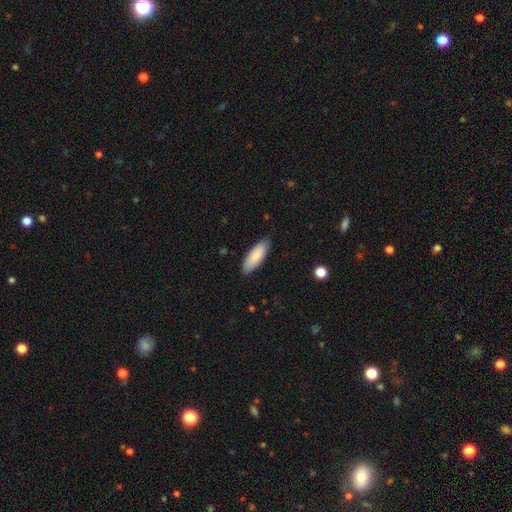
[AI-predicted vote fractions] Smooth or featured? Predicted: smooth (p=0.86). How rounded? Predicted: in between (p=0.66). Merging? Predicted: none (p=0.86).